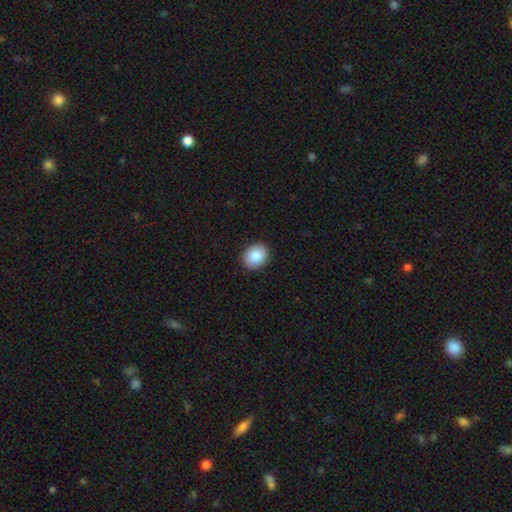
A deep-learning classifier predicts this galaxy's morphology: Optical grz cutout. It shows a smooth galaxy with no disk features (86%) that is round (57%). Merging: none (91%).